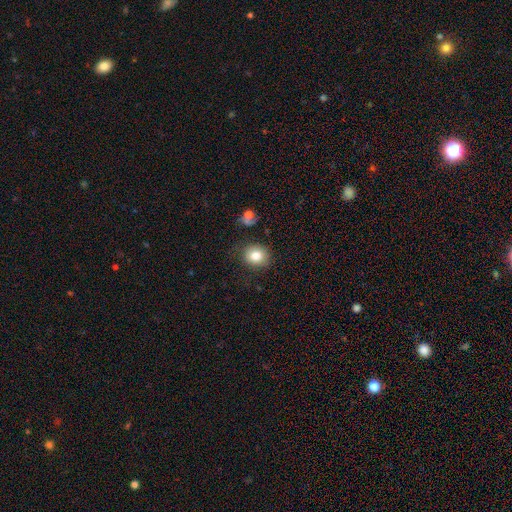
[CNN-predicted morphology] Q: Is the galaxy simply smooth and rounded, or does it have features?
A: smooth — 81%.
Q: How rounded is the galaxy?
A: round — 72%.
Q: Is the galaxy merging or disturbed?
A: none — 78%.